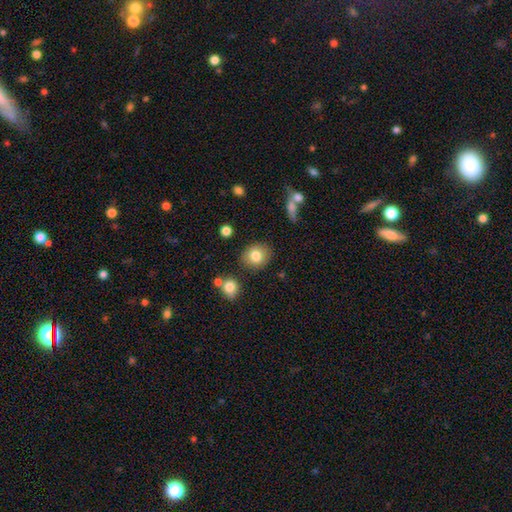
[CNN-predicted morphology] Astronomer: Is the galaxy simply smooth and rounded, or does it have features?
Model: smooth — 81%.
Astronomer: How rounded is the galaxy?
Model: round — 74%.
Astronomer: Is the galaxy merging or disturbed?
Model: none — 84%.